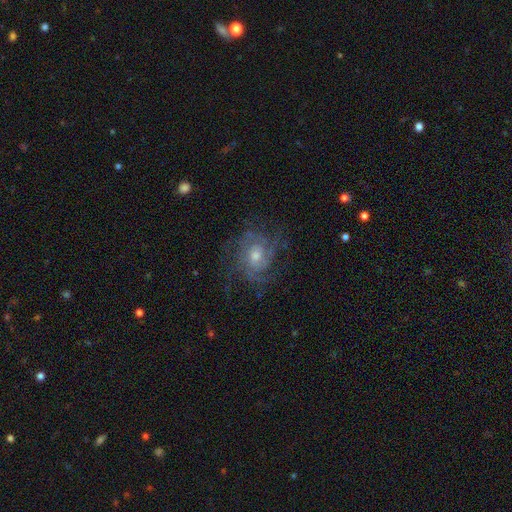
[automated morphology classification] A featured or disk galaxy (80%) with no bar (69%), tight (52%) spiral arms (93%) and a moderate central bulge (54%). Merging: none (70%).